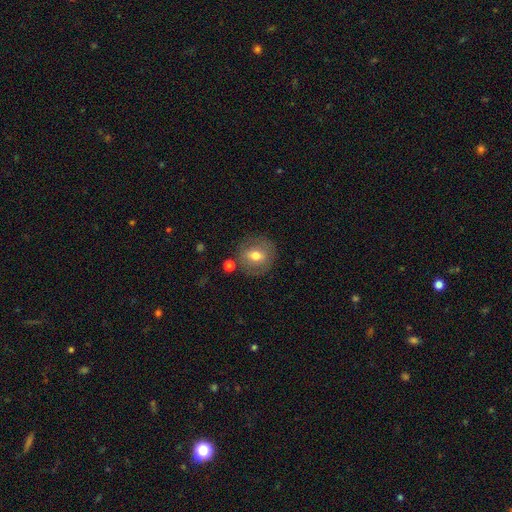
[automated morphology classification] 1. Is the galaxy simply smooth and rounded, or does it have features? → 62% smooth, 29% featured or disk, 9% star or artifact.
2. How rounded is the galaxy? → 81% round, 18% in between, 1% cigar-shaped.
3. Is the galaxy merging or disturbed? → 79% none, 12% minor disturbance, 5% merger, 4% major disturbance.